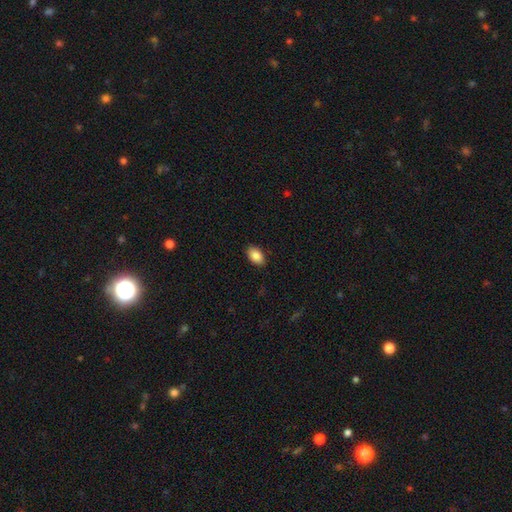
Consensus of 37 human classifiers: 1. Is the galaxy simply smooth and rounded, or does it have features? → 92% smooth, 5% star or artifact, 3% featured or disk.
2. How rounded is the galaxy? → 88% in between, 6% round, 6% cigar-shaped.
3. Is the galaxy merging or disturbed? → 89% none, 11% minor disturbance, 0% major disturbance, 0% merger.